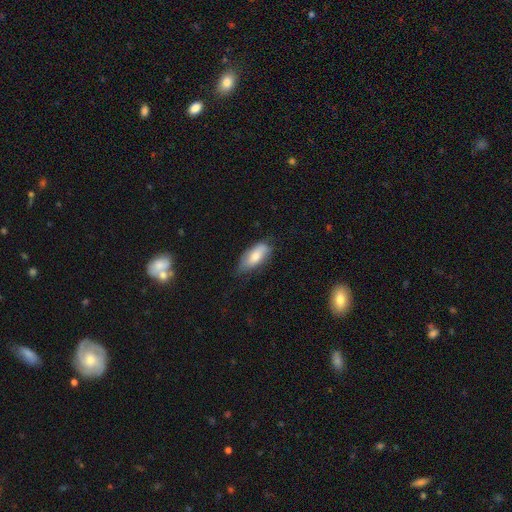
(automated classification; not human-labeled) Q: Smooth or featured?
A: smooth (75%); runner-up: featured or disk (19%)
Q: How rounded?
A: in between (86%); runner-up: cigar-shaped (12%)
Q: Merging?
A: none (64%); runner-up: minor disturbance (29%)